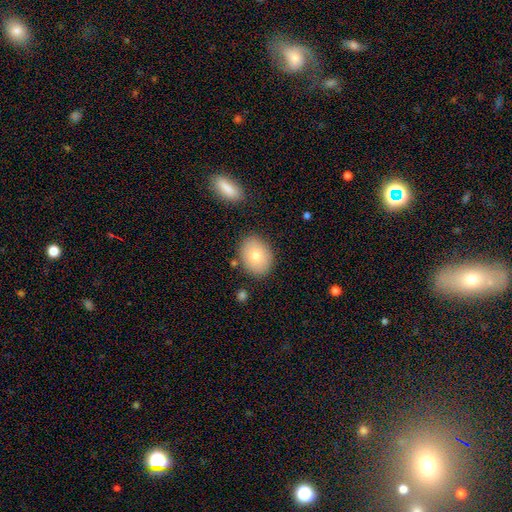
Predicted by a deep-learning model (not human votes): smooth_or_featured: smooth (p=0.77) [alt: featured or disk p=0.15]
how_rounded: in between (p=0.63) [alt: round p=0.36]
merging: none (p=0.83) [alt: minor disturbance p=0.11]